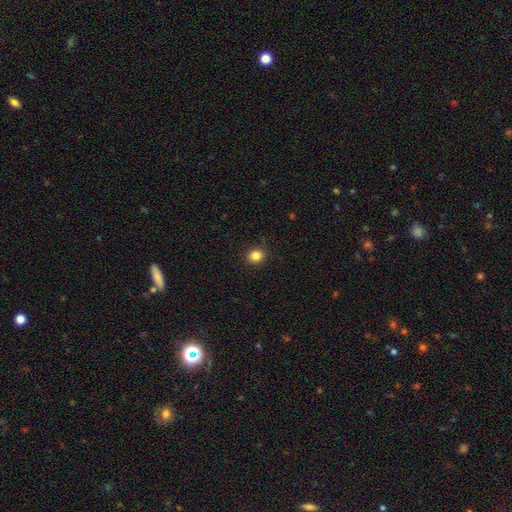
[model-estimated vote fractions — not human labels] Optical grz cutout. It shows a smooth galaxy with no disk features (84%) that is round (83%). Merging: none (89%).